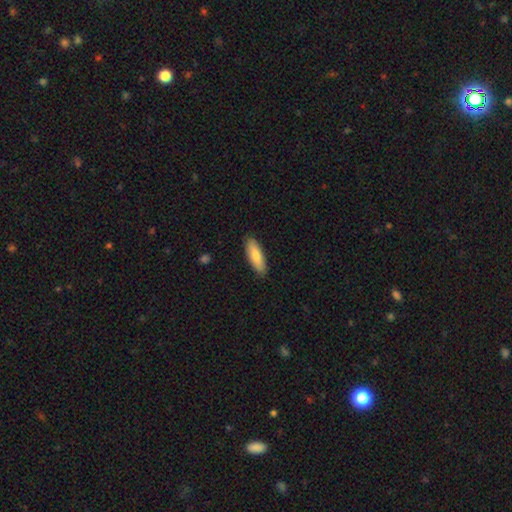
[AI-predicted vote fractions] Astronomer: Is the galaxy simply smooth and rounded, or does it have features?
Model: smooth — 80%.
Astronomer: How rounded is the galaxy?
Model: in between — 58% (runner-up: cigar-shaped, 41%).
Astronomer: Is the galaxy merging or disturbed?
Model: none — 88%.